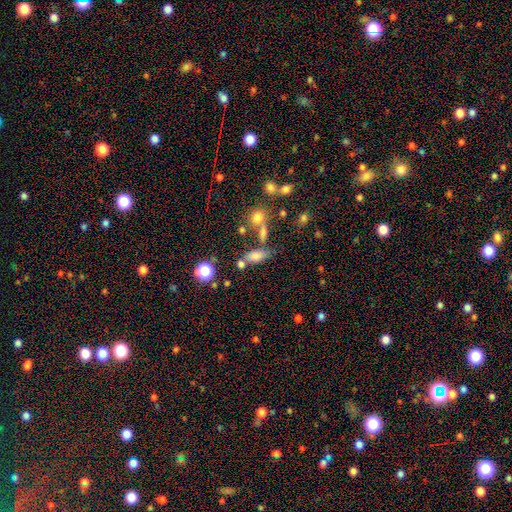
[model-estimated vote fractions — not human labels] A smooth galaxy with no disk features (73%) that is in between round and cigar-shaped (77%).

Vote fractions:
- Smooth or featured? smooth: 73% / star or artifact: 15% / featured or disk: 12%
- How rounded? in between: 77% / cigar-shaped: 15% / round: 8%
- Merging? none: 52% / merger: 26% / minor disturbance: 15% / major disturbance: 7%